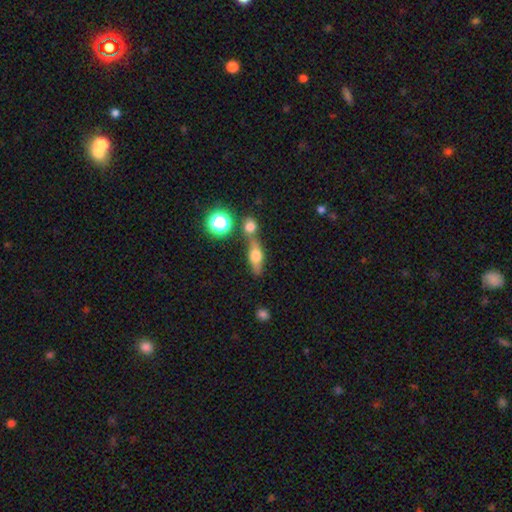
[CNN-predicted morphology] This is possibly a smooth galaxy (54%). How rounded: possibly in between (51%). Merging: possibly none (51%).